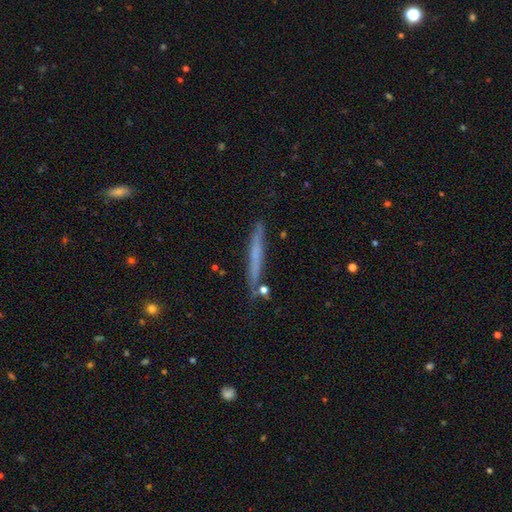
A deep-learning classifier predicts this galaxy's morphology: Smooth or featured?
  - smooth: 52% *
  - featured or disk: 41%
  - star or artifact: 7%
How rounded?
  - cigar-shaped: 96% *
  - in between: 2%
  - round: 2%
Merging?
  - none: 86% *
  - minor disturbance: 10%
  - merger: 2%
  - major disturbance: 2%